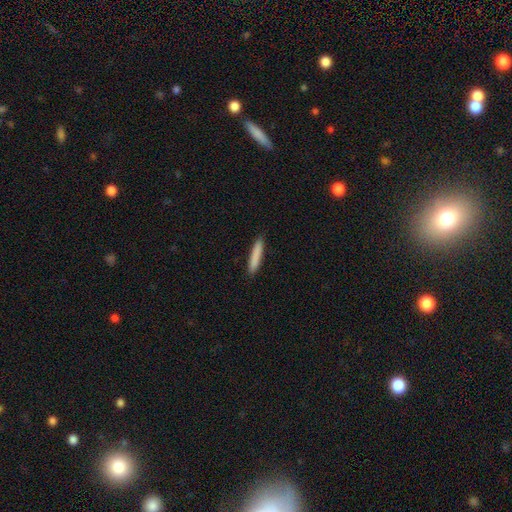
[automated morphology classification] The model was most divided on "smooth or featured": smooth: 84%, featured or disk: 10%, star or artifact: 6%. More confident: how rounded — cigar-shaped (92%); merging — none (90%).